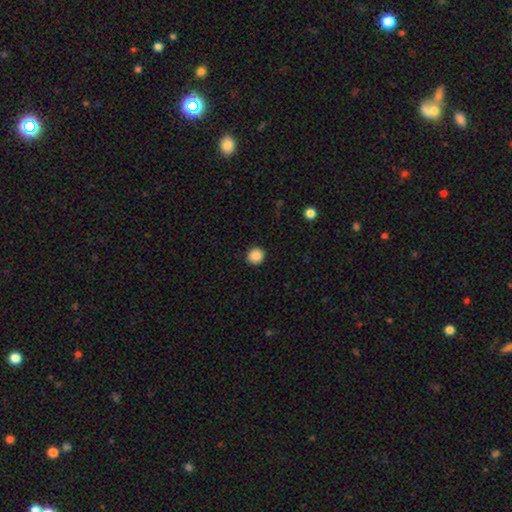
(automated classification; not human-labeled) smooth 88%, star or artifact 9%, featured or disk 2%. Down the decision tree: how rounded — round (93%); merging — none (92%).